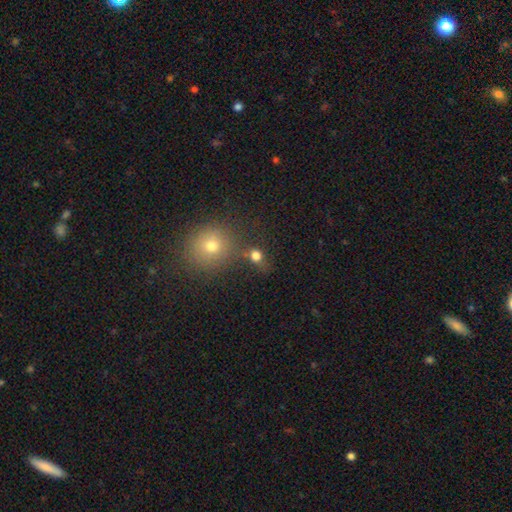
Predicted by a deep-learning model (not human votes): Smooth or featured?
  - smooth: 75% *
  - star or artifact: 17%
  - featured or disk: 8%
How rounded?
  - round: 72% *
  - in between: 26%
  - cigar-shaped: 2%
Merging?
  - none: 62% *
  - merger: 20%
  - minor disturbance: 12%
  - major disturbance: 7%